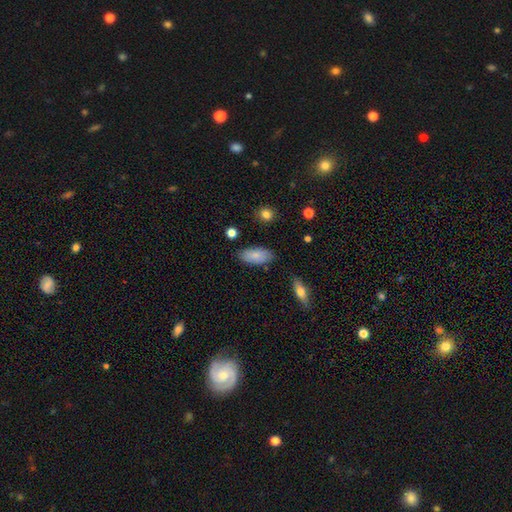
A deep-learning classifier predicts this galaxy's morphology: type=smooth (82%); roundness=in between (91%); merging=none (81%).